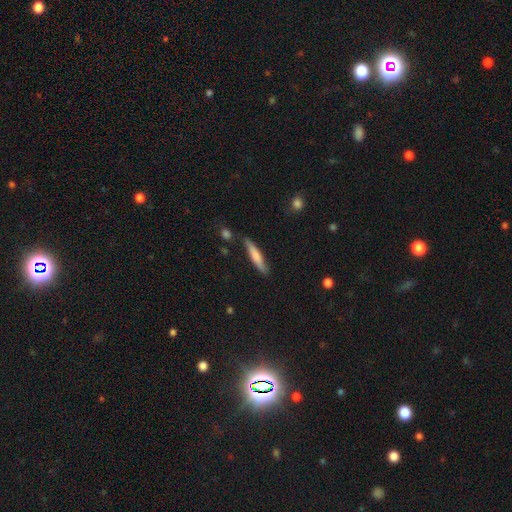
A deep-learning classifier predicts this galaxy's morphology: The model was most divided on "smooth or featured": smooth: 68%, featured or disk: 26%, star or artifact: 6%. More confident: how rounded — cigar-shaped (88%); merging — none (80%).